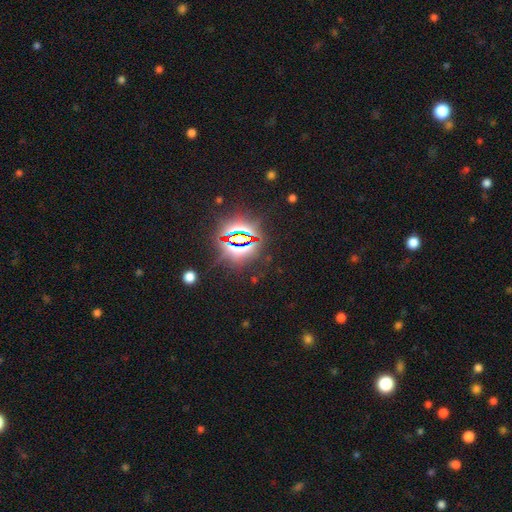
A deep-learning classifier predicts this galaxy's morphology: The model was most divided on "smooth or featured": star or artifact: 82%, smooth: 11%, featured or disk: 7%.